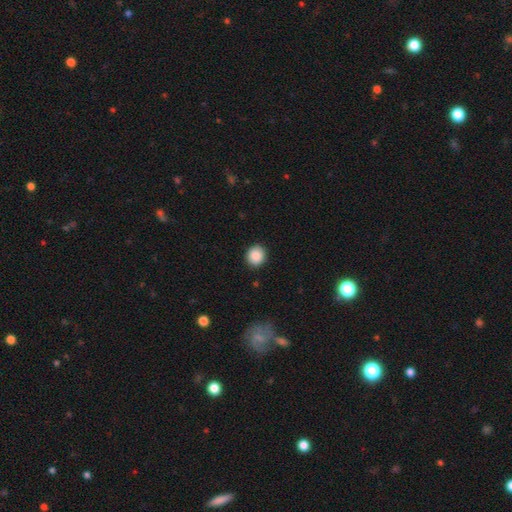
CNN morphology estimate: A smooth galaxy with no disk features (89%) that is round (83%).

Vote fractions:
- Smooth or featured? smooth: 89% / star or artifact: 8% / featured or disk: 3%
- How rounded? round: 83% / in between: 16% / cigar-shaped: 1%
- Merging? none: 90% / minor disturbance: 7% / major disturbance: 2% / merger: 1%